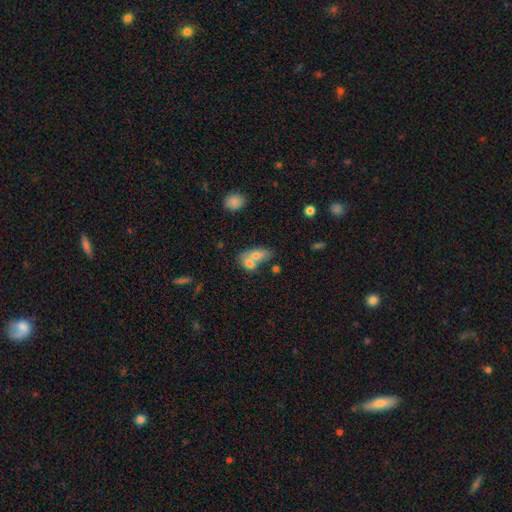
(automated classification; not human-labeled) Smooth or featured: smooth — 67% (featured or disk — 24%)
How rounded: in between — 81% (round — 13%)
Merging: merger — 64% (none — 23%)